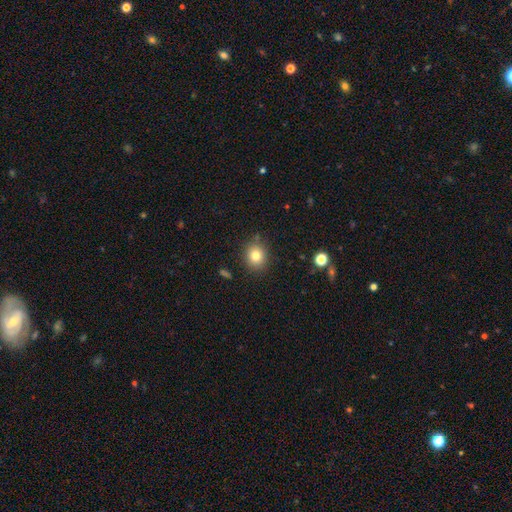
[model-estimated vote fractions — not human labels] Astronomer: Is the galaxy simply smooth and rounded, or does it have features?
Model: smooth — 80%.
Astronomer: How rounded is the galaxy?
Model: round — 76%.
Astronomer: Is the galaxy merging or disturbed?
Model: none — 85%.